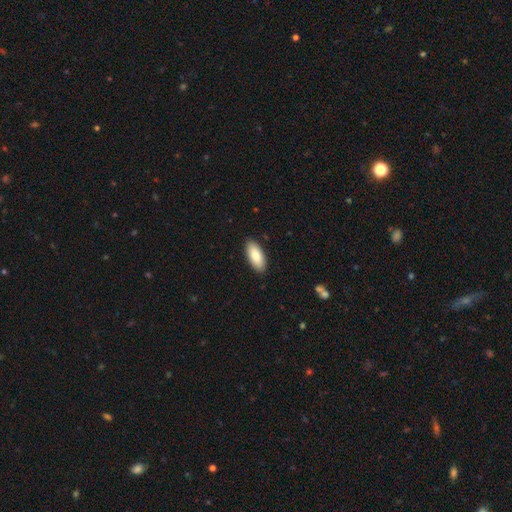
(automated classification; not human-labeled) smooth_or_featured: smooth (p=0.86) [alt: featured or disk p=0.09]
how_rounded: in between (p=0.88) [alt: cigar-shaped p=0.10]
merging: none (p=0.89) [alt: minor disturbance p=0.08]